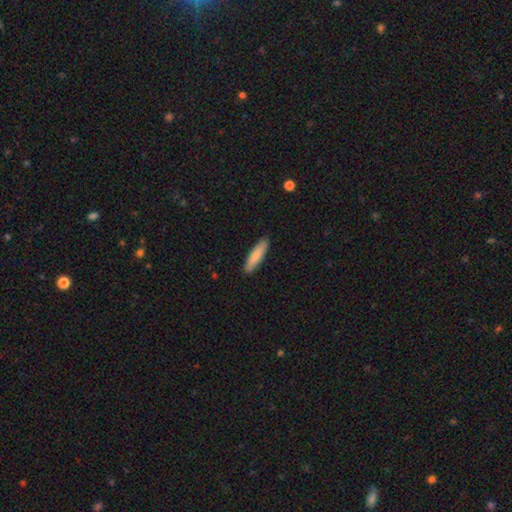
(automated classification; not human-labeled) Morphology: type=smooth (80%); roundness=cigar-shaped (76%); merging=none (90%).